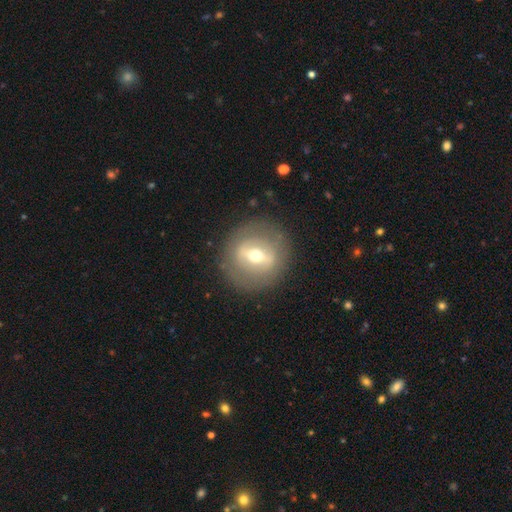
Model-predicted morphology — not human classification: Smooth or featured: featured or disk — 63% (smooth — 29%)
Edge-on disk: no — 86% (yes — 14%)
Bar: strong — 55% (weak — 32%)
Spiral arms: no — 78% (yes — 22%)
Bulge size: moderate — 61% (small — 32%)
Merging: none — 85% (minor disturbance — 9%)